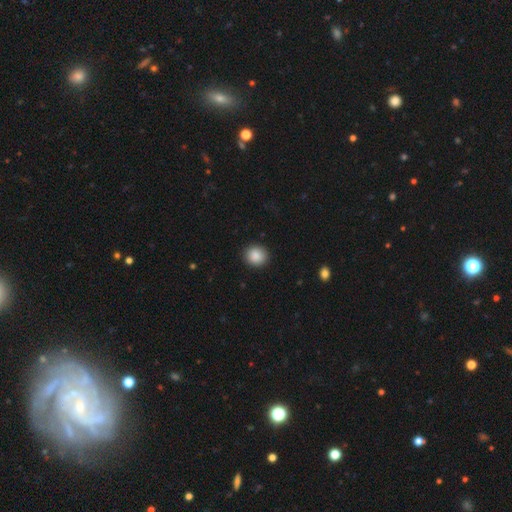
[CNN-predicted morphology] A smooth galaxy with no disk features (88%) that is round (84%). Merging: none (91%).